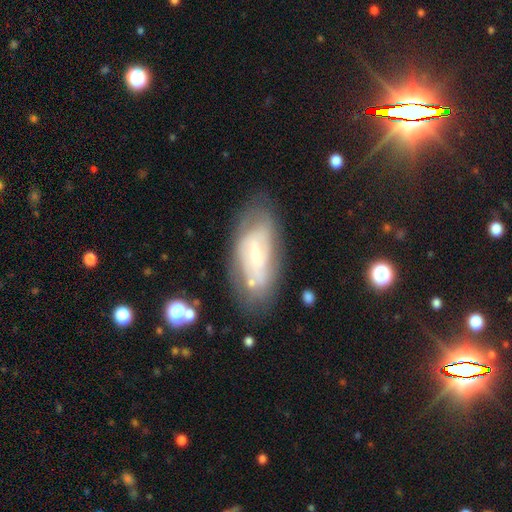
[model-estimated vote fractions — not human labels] featured or disk 52%, smooth 39%, star or artifact 9%. Down the decision tree: edge-on disk — no (88%); merging — none (61%).